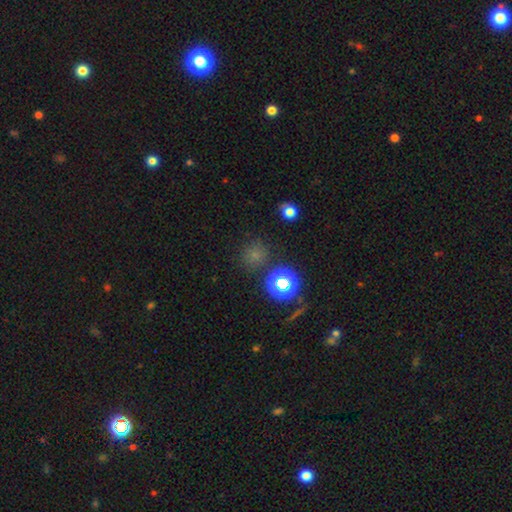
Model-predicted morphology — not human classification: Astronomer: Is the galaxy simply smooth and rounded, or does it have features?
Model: smooth — 64%.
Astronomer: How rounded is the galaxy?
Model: round — 88%.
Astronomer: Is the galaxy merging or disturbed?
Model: none — 81%.